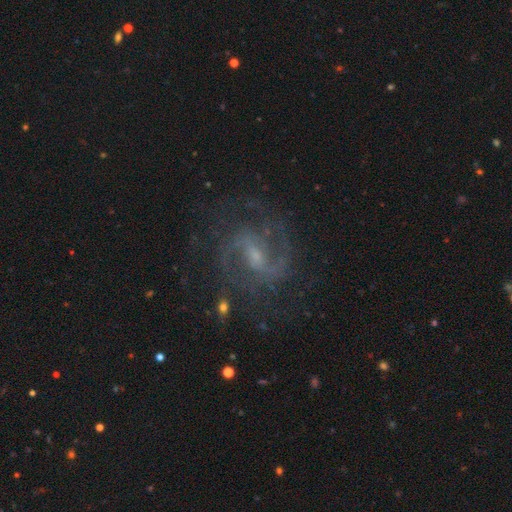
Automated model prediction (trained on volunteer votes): smooth-or-featured: featured or disk: 89% | star or artifact: 7% | smooth: 5%
  disk-edge-on: no: 98% | yes: 2%
    bar: weak: 58% | strong: 25% | no: 17%
    has-spiral-arms: yes: 97% | no: 3%
      spiral-winding: medium: 58% | tight: 24% | loose: 18%
      spiral-arm-count: 2: 78% | can't tell: 8% | 3: 7% | 4: 3% | 1: 2% | more than 4: 2%
    bulge-size: small: 59% | moderate: 29% | none: 9% | large: 2% | dominant: 1%
  merging: none: 76% | minor disturbance: 14% | major disturbance: 8% | merger: 2%